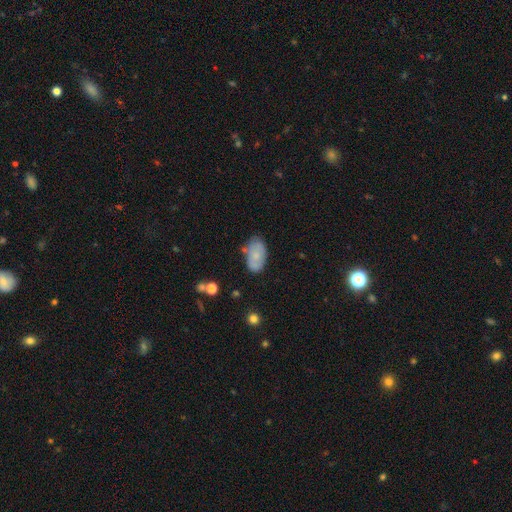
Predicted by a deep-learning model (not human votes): smooth 68%, featured or disk 25%, star or artifact 7%. Down the decision tree: how rounded — in between (93%); merging — none (65%).